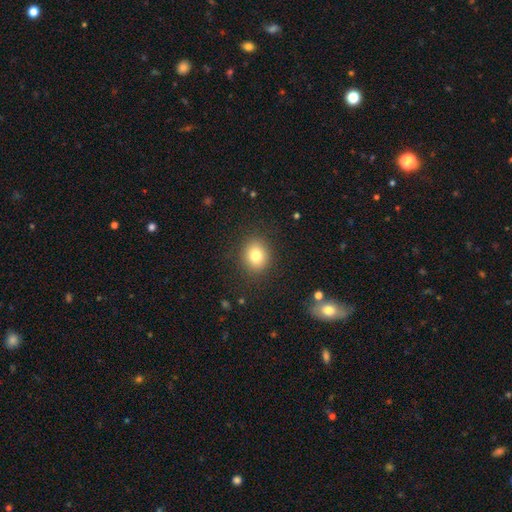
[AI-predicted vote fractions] Q: Smooth or featured?
A: smooth (80%); runner-up: star or artifact (11%)
Q: How rounded?
A: round (68%); runner-up: in between (31%)
Q: Merging?
A: none (88%); runner-up: minor disturbance (8%)